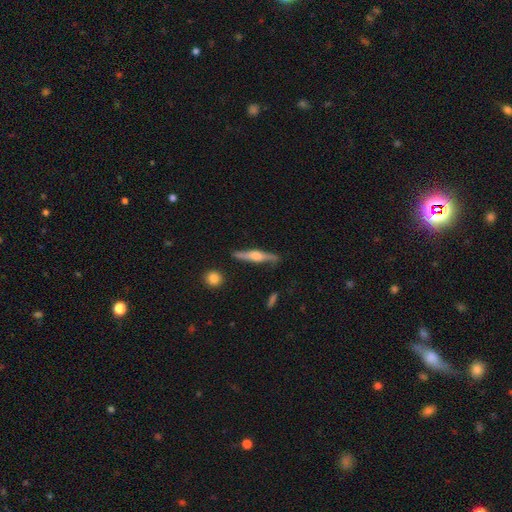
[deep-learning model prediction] Smooth or featured? featured or disk (69%)
Edge-on disk? yes (95%)
Edge-on bulge? rounded (87%)
Merging? none (83%)